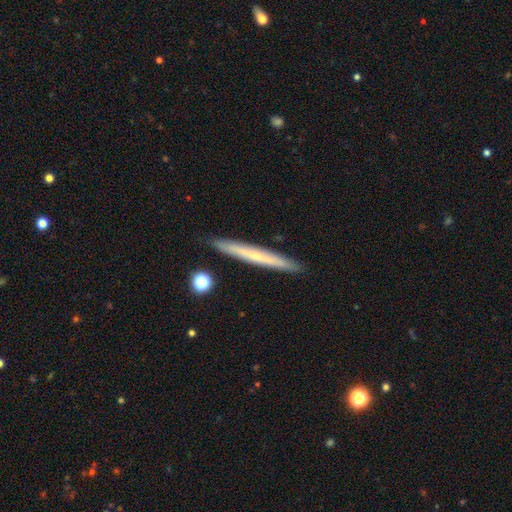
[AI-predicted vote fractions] featured or disk 50%, smooth 44%, star or artifact 6%. Down the decision tree: merging — none (90%).